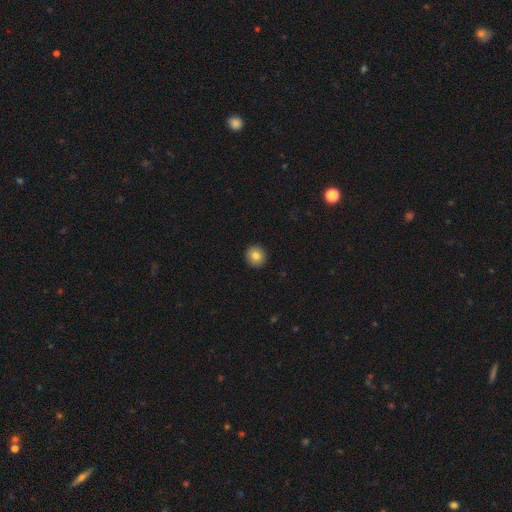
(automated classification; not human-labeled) A smooth galaxy with no disk features (83%) that is round (90%). Merging: none (93%).